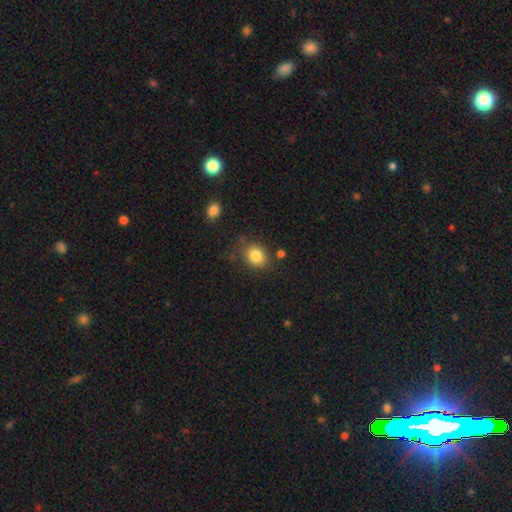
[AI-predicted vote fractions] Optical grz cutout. It shows a smooth galaxy with no disk features (84%) that is round (52%). Merging: none (75%).